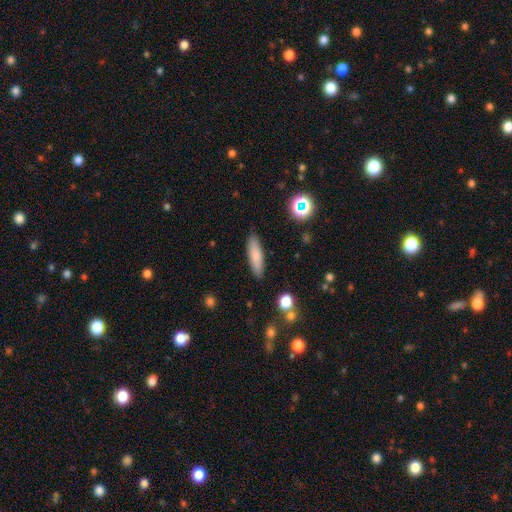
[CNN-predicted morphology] Smooth or featured? Predicted: smooth (p=0.79). How rounded? Predicted: cigar-shaped (p=0.68). Merging? Predicted: none (p=0.88).